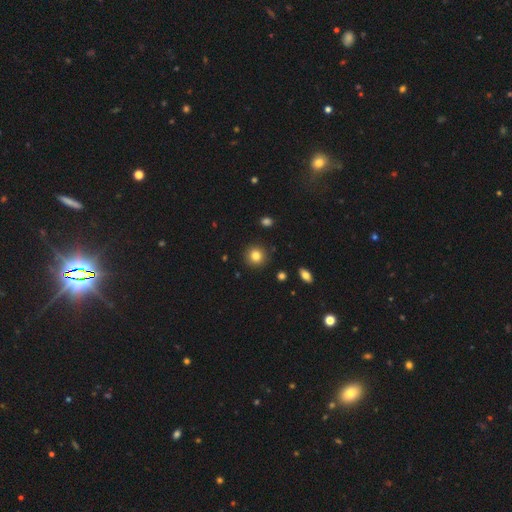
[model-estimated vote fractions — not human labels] smooth 83%, star or artifact 11%, featured or disk 6%. Down the decision tree: how rounded — round (92%); merging — none (90%).